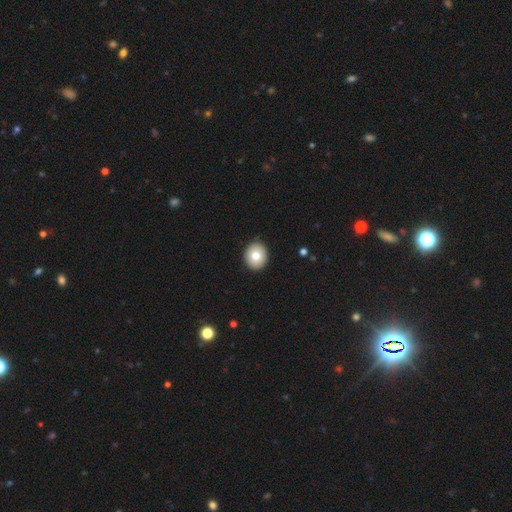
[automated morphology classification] Smooth or featured? Predicted: smooth (p=0.79). How rounded? Predicted: round (p=0.78). Merging? Predicted: none (p=0.91).